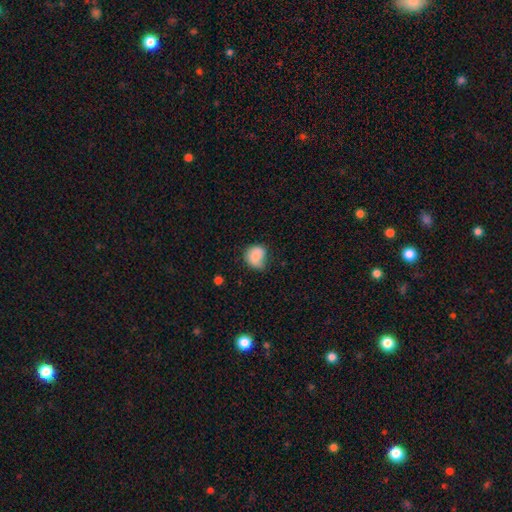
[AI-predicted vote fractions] Smooth or featured? Predicted: smooth (p=0.79). How rounded? Predicted: round (p=0.66). Merging? Predicted: none (p=0.46).